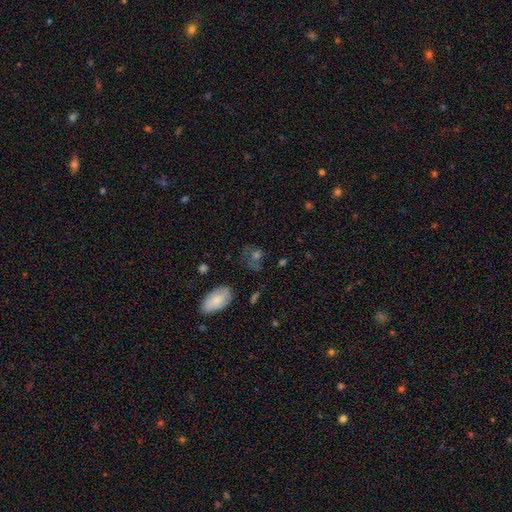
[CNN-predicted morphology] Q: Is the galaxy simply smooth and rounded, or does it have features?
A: smooth — 45%.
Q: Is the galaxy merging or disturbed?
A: none — 61%.